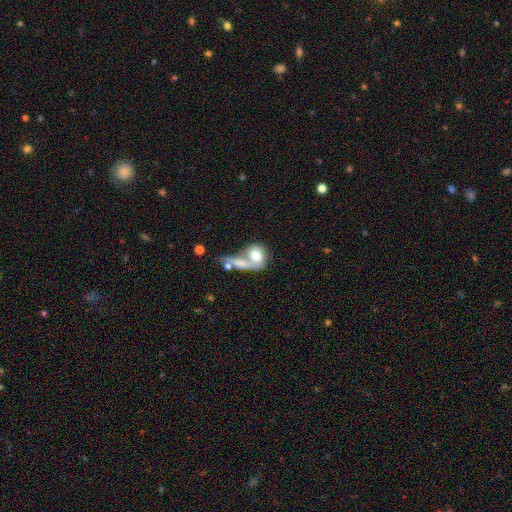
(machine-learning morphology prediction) smooth-or-featured: smooth: 71% | featured or disk: 22% | star or artifact: 7%
  how-rounded: in between: 49% | round: 46% | cigar-shaped: 5%
  merging: merger: 62% | none: 19% | major disturbance: 10% | minor disturbance: 8%